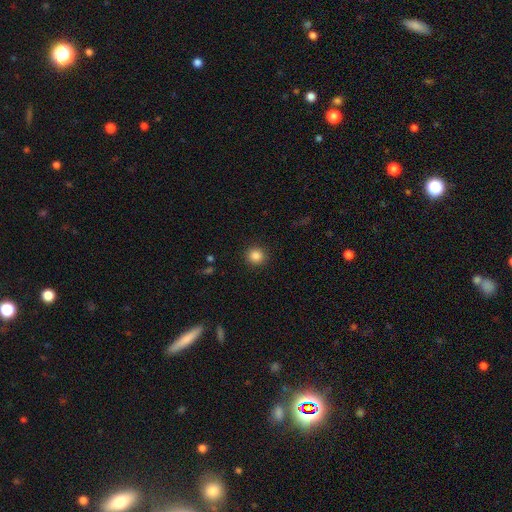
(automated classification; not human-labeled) smooth_or_featured: smooth (p=0.86) [alt: star or artifact p=0.11]
how_rounded: round (p=0.93) [alt: in between p=0.06]
merging: none (p=0.92) [alt: minor disturbance p=0.05]